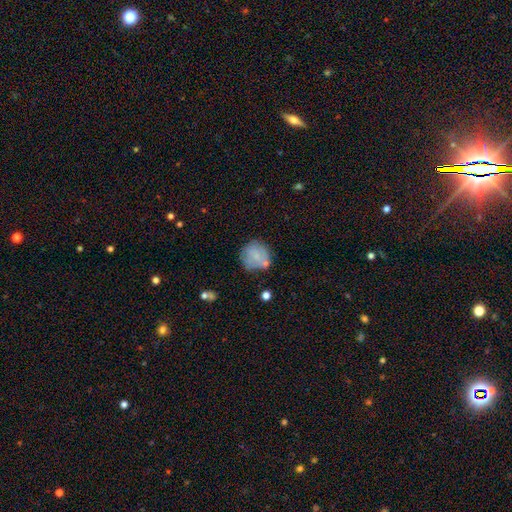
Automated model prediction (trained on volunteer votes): Overall: smooth (71%). How rounded: round (87%). Merging: none (61%; minor disturbance 22%).